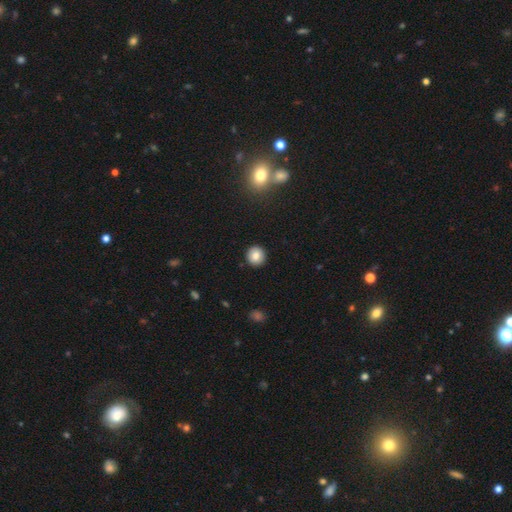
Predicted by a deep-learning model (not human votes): Q: Smooth or featured?
A: smooth (82%); runner-up: star or artifact (10%)
Q: How rounded?
A: round (94%); runner-up: in between (5%)
Q: Merging?
A: none (92%); runner-up: minor disturbance (5%)